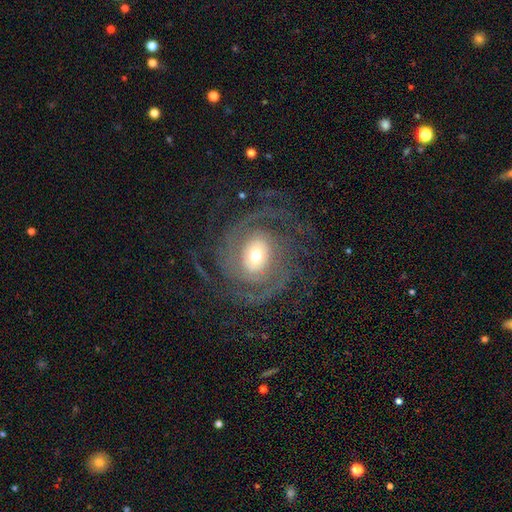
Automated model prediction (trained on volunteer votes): A featured or disk galaxy (85%) with no bar (69%), 2 (32%) tight (52%) spiral arms (93%) and a moderate central bulge (61%).

Vote fractions:
- Smooth or featured? featured or disk: 85% / smooth: 9% / star or artifact: 6%
- Edge-on disk? no: 97% / yes: 3%
- Bar? no: 69% / weak: 22% / strong: 9%
- Spiral arms? yes: 93% / no: 7%
- Spiral winding? tight: 52% / medium: 32% / loose: 16%
- Spiral arm count? 2: 32% / can't tell: 22% / 3: 17% / 4: 11% / 1: 9% / more than 4: 9%
- Bulge size? moderate: 61% / small: 21% / large: 15% / dominant: 2% / none: 1%
- Merging? none: 69% / major disturbance: 16% / minor disturbance: 13% / merger: 2%